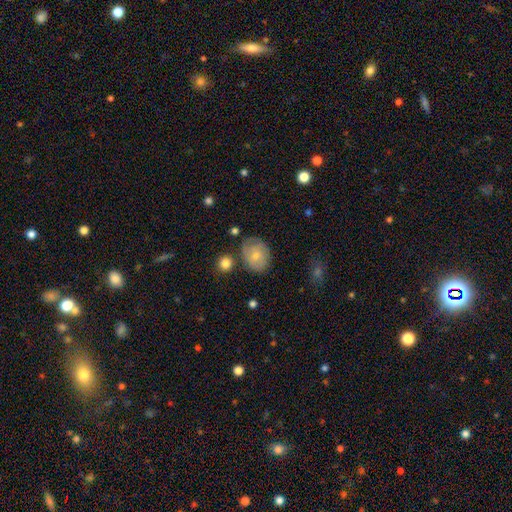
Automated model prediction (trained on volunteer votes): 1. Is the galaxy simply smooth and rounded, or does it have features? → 65% smooth, 27% featured or disk, 7% star or artifact.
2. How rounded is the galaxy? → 52% round, 47% in between, 1% cigar-shaped.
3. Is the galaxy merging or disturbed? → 65% none, 23% minor disturbance, 7% major disturbance, 6% merger.